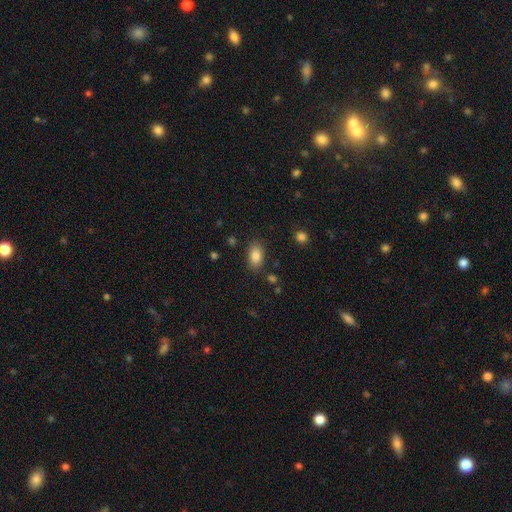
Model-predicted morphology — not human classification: type=smooth (84%); roundness=in between (89%); merging=none (82%).